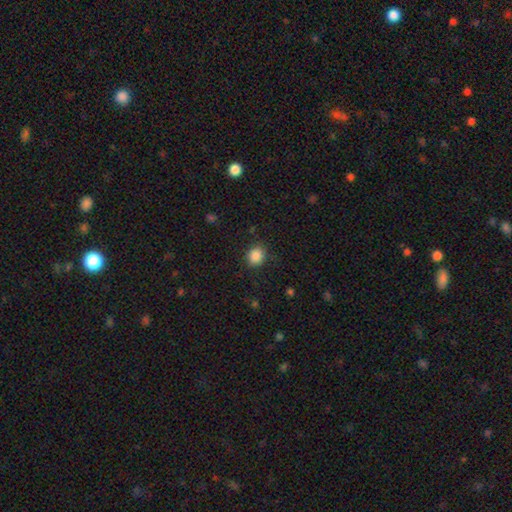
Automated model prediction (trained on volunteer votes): This appears to be a smooth galaxy with no disk features (87%) that is round (67%). Merging: none (84%).